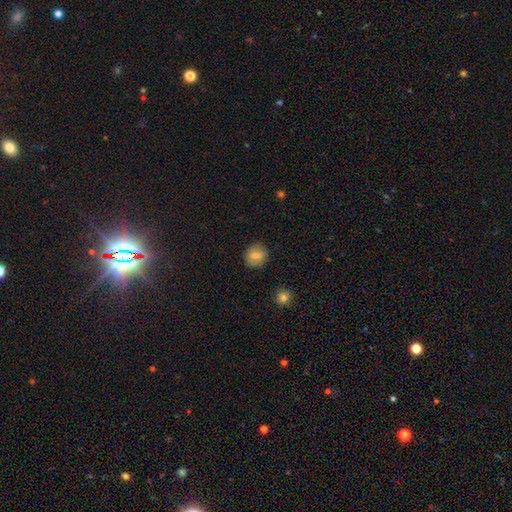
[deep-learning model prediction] Smooth or featured? Predicted: smooth (p=0.78). How rounded? Predicted: round (p=0.85). Merging? Predicted: none (p=0.88).